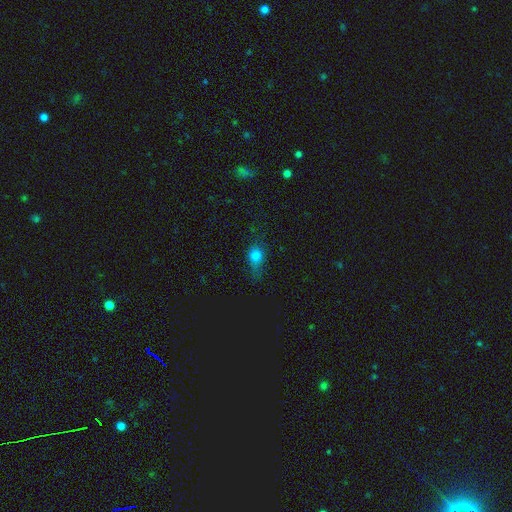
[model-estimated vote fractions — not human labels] This appears to be a smooth galaxy with no disk features (70%) that is round (50%). Merging: none (57%).